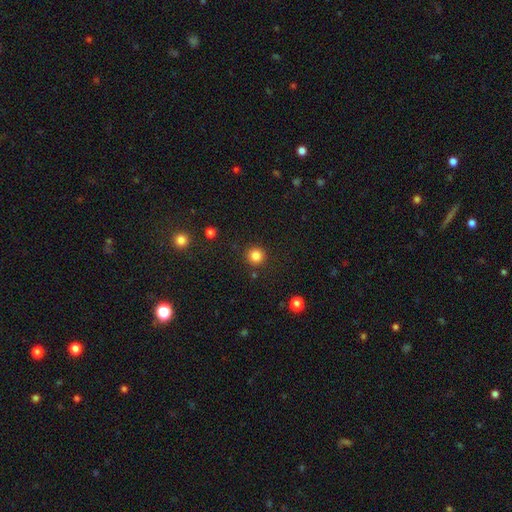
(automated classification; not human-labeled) The model was most divided on "smooth or featured": smooth: 84%, star or artifact: 12%, featured or disk: 4%. More confident: how rounded — round (95%); merging — none (90%).